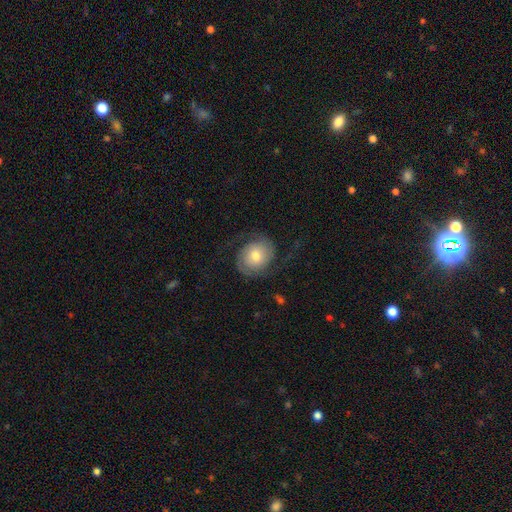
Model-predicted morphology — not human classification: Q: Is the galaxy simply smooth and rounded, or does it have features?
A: featured or disk — 66%.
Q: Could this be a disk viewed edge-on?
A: no — 97%.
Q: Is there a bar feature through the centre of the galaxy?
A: no — 73%.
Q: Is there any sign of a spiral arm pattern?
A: yes — 90%.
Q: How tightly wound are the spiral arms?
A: loose — 39%.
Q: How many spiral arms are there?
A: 2 — 87%.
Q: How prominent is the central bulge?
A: moderate — 61%.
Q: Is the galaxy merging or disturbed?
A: none — 70%.